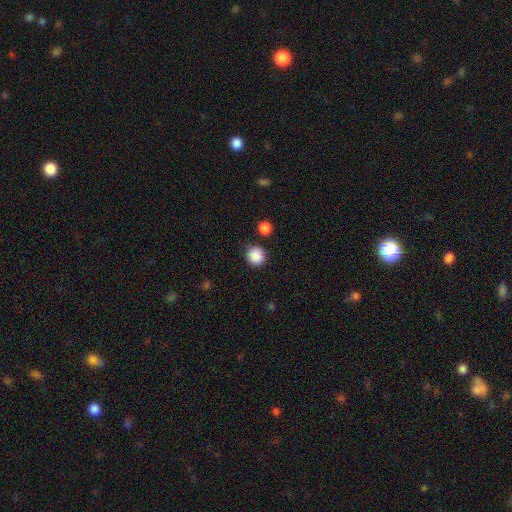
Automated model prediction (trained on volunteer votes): smooth-or-featured: smooth: 88% | star or artifact: 10% | featured or disk: 3%
  how-rounded: round: 92% | in between: 7% | cigar-shaped: 1%
  merging: none: 85% | minor disturbance: 9% | merger: 3% | major disturbance: 3%